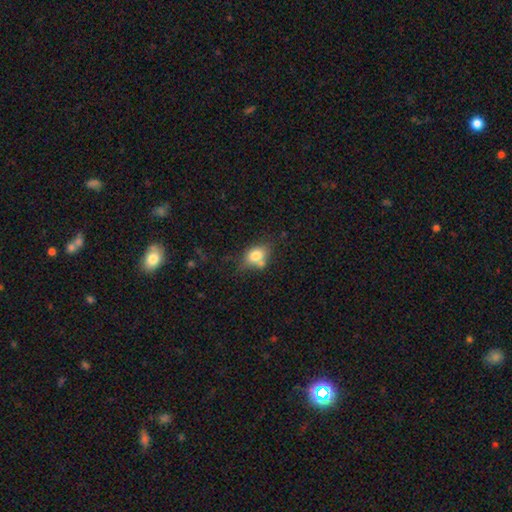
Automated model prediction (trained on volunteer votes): Q: Smooth or featured?
A: smooth (77%); runner-up: featured or disk (14%)
Q: How rounded?
A: in between (67%); runner-up: round (31%)
Q: Merging?
A: none (52%); runner-up: minor disturbance (22%)